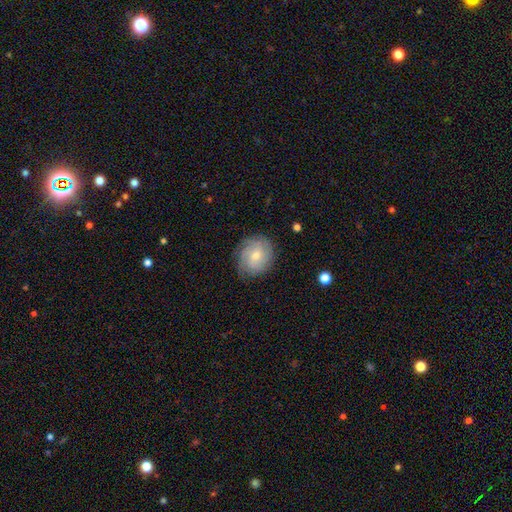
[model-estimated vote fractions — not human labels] Smooth or featured? featured or disk (69%)
Edge-on disk? no (97%)
Bar? no (63%)
Spiral arms? yes (92%)
Spiral winding? tight (68%)
Spiral arm count? can't tell (38%)
Bulge size? small (50%)
Merging? none (81%)